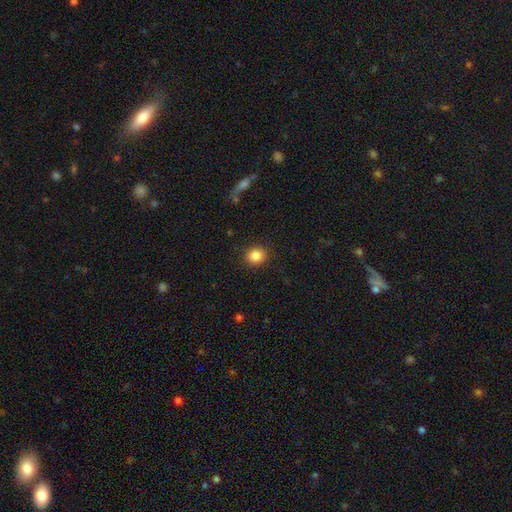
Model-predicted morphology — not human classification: type=smooth (85%); roundness=round (83%); merging=none (90%).